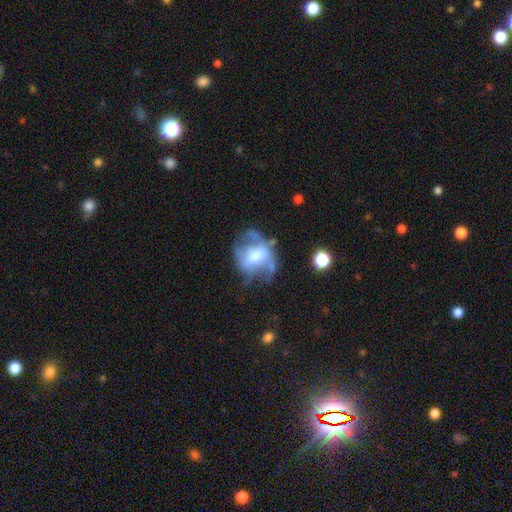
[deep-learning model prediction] Morphology: type=featured or disk (57%); edge-on=no (96%); bar=no (56%); spiral arms=no (60%); bulge=moderate (51%); merging=none (38%).